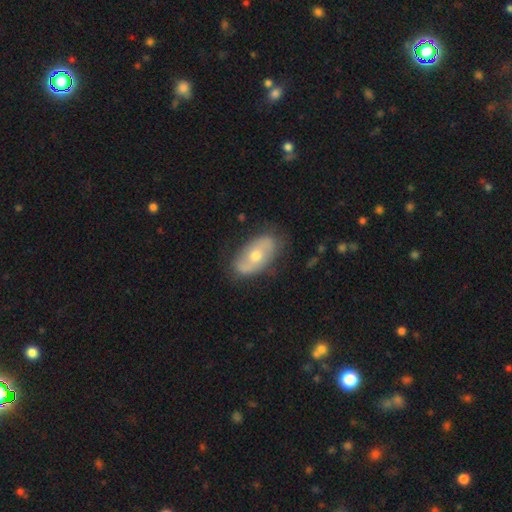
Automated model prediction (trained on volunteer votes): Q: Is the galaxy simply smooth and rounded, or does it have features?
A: featured or disk — 53%.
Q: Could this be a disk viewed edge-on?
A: no — 90%.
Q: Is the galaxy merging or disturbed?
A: none — 76%.